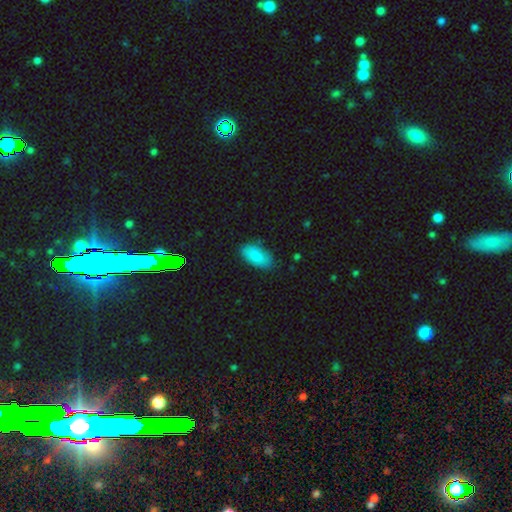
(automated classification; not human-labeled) A smooth galaxy with no disk features (86%) that is in between round and cigar-shaped (93%). Merging: none (80%).